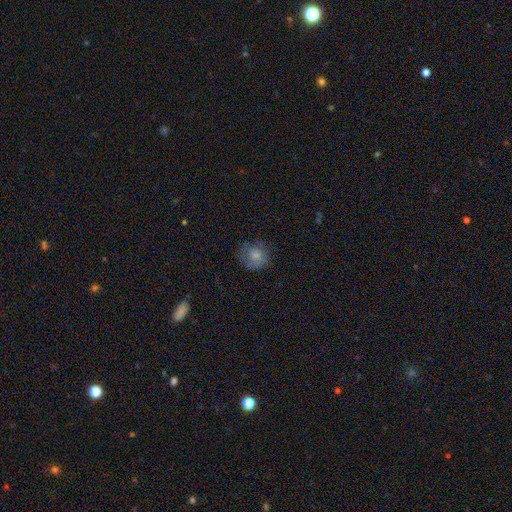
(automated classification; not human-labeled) smooth-or-featured: smooth: 74% | featured or disk: 17% | star or artifact: 10%
  how-rounded: round: 81% | in between: 18% | cigar-shaped: 1%
  merging: none: 66% | minor disturbance: 22% | major disturbance: 11% | merger: 1%